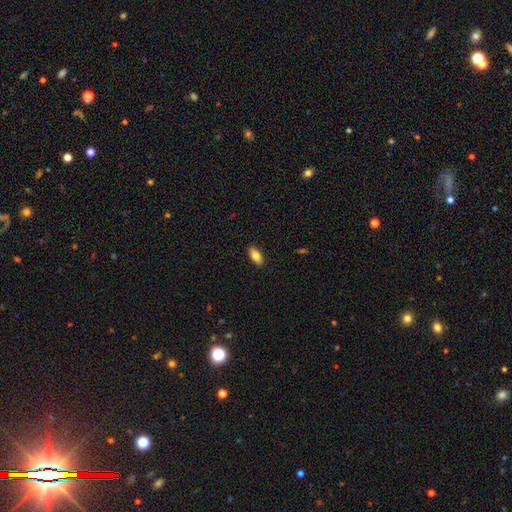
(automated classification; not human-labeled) Q: Smooth or featured?
A: smooth (80%); runner-up: featured or disk (13%)
Q: How rounded?
A: in between (88%); runner-up: cigar-shaped (9%)
Q: Merging?
A: none (90%); runner-up: minor disturbance (7%)